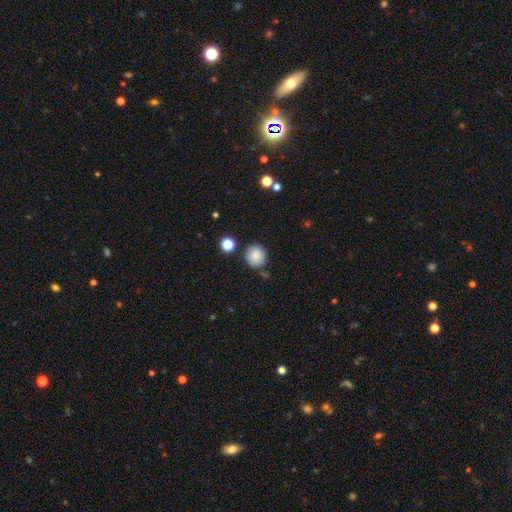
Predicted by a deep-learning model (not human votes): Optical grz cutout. It shows a smooth galaxy with no disk features (86%) that is round (83%). Merging: none (80%).